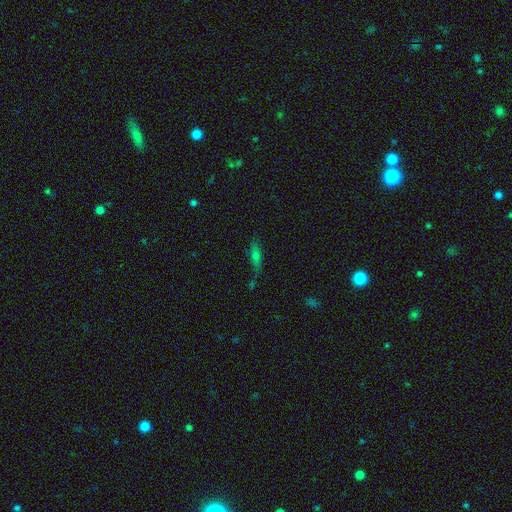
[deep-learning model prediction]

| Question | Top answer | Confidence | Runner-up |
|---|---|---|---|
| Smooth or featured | smooth | 53% | featured or disk (30%) |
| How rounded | cigar-shaped | 63% | in between (33%) |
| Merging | none | 73% | minor disturbance (17%) |